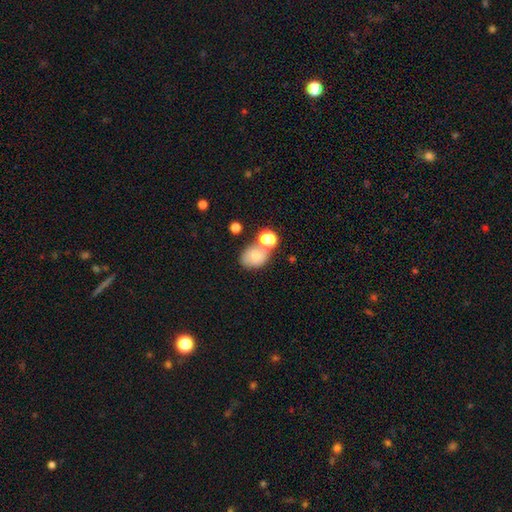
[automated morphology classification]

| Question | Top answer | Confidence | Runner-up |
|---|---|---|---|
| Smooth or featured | smooth | 76% | featured or disk (12%) |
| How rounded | in between | 61% | round (38%) |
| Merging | none | 49% | merger (29%) |